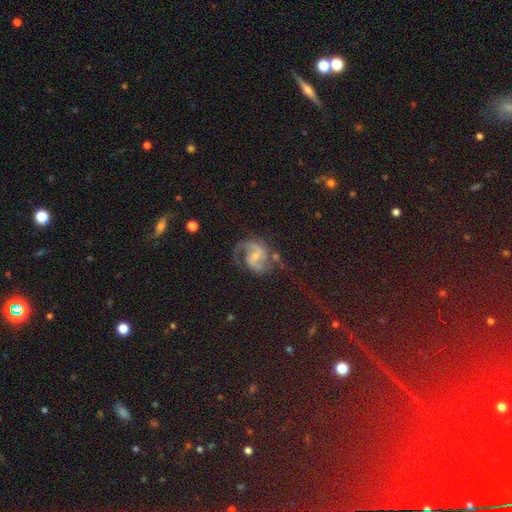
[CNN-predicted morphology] Q: Smooth or featured?
A: featured or disk (85%); runner-up: smooth (8%)
Q: Edge-on disk?
A: no (98%); runner-up: yes (2%)
Q: Bar?
A: weak (52%); runner-up: no (31%)
Q: Spiral arms?
A: yes (96%); runner-up: no (4%)
Q: Spiral winding?
A: medium (54%); runner-up: loose (30%)
Q: Spiral arm count?
A: 2 (82%); runner-up: 1 (11%)
Q: Bulge size?
A: small (57%); runner-up: moderate (33%)
Q: Merging?
A: none (56%); runner-up: minor disturbance (20%)